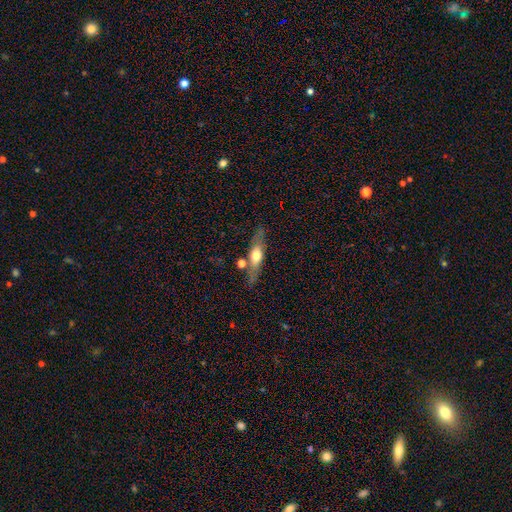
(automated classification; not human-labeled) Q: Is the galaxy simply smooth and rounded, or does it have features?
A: featured or disk — 49%.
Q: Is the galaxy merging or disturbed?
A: none — 73%.